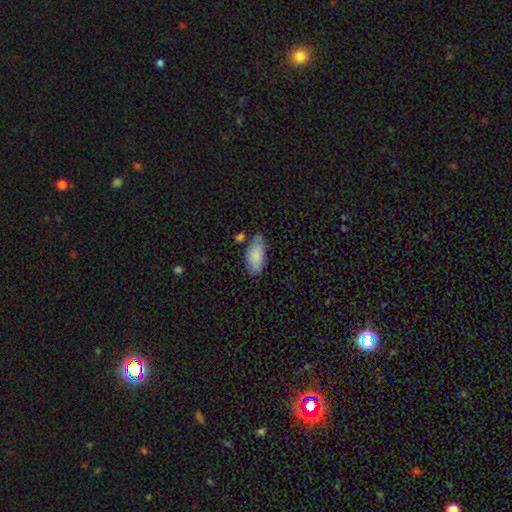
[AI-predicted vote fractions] Smooth or featured? Predicted: smooth (p=0.85). How rounded? Predicted: in between (p=0.92). Merging? Predicted: none (p=0.63).